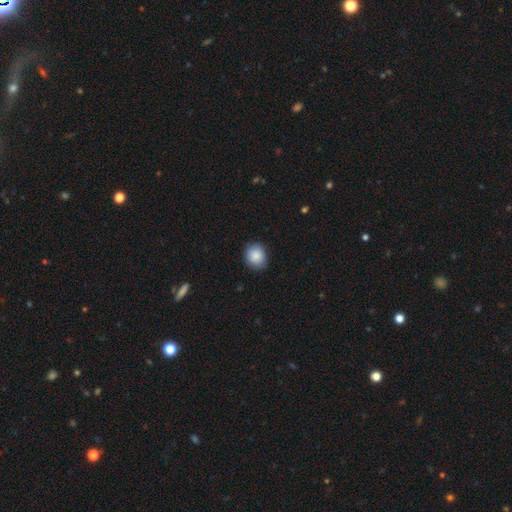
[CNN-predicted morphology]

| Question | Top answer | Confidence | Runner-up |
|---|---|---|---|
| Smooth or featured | smooth | 88% | star or artifact (7%) |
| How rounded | round | 73% | in between (26%) |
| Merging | none | 85% | minor disturbance (12%) |